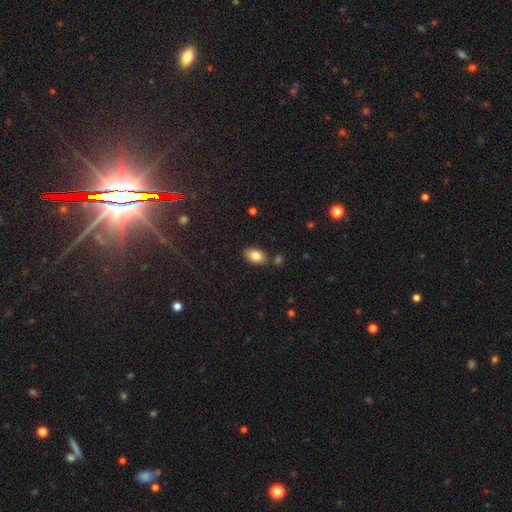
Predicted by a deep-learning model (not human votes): smooth 82%, featured or disk 9%, star or artifact 8%. Down the decision tree: how rounded — in between (88%); merging — none (80%).